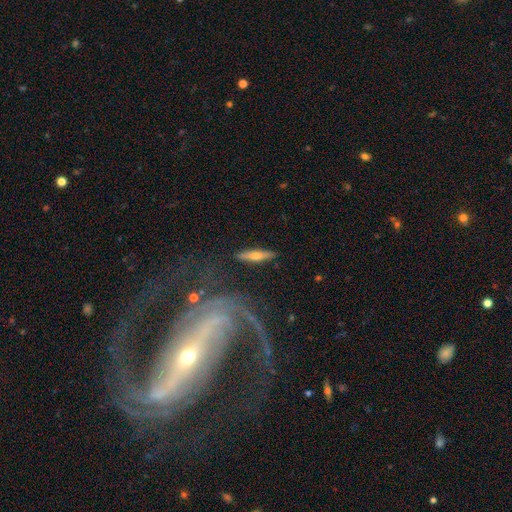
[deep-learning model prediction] Smooth or featured? Predicted: smooth (p=0.48). Merging? Predicted: none (p=0.87).